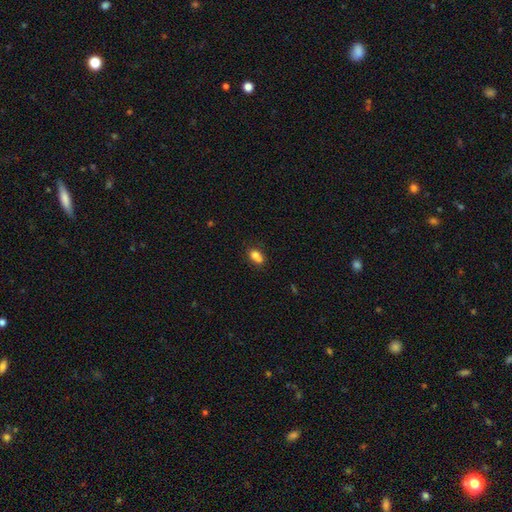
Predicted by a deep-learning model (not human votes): A smooth galaxy with no disk features (77%) that is in between round and cigar-shaped (73%). Merging: none (45%).